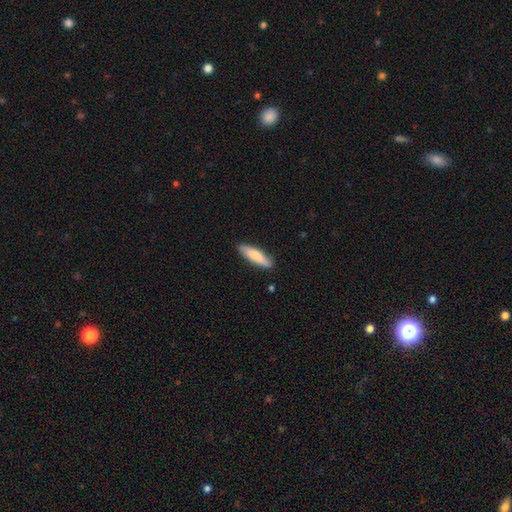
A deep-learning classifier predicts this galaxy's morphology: This appears to be a smooth galaxy with no disk features (78%) that is cigar-shaped (68%). Merging: none (86%).